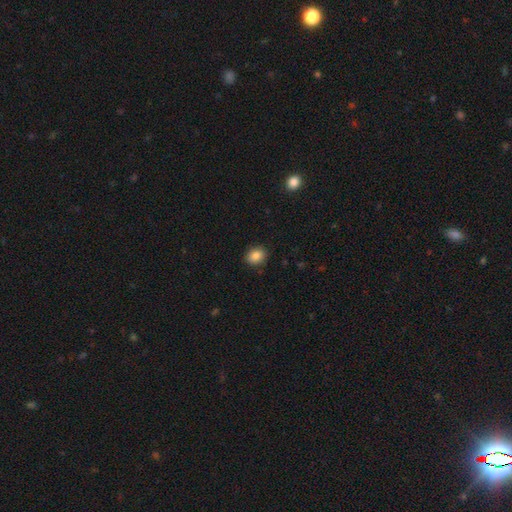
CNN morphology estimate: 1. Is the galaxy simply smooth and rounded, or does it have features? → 87% smooth, 9% star or artifact, 4% featured or disk.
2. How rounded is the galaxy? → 54% round, 45% in between, 1% cigar-shaped.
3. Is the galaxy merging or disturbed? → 89% none, 8% minor disturbance, 2% major disturbance, 1% merger.